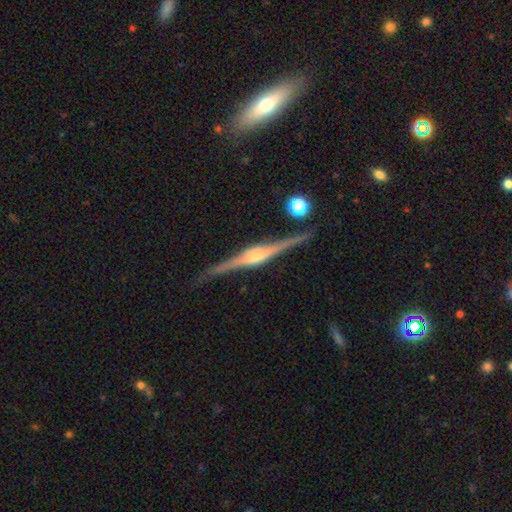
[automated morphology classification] smooth-or-featured: featured or disk: 87% | smooth: 8% | star or artifact: 5%
  disk-edge-on: yes: 98% | no: 2%
    edge-on-bulge: rounded: 75% | boxy: 20% | none: 6%
  merging: none: 86% | minor disturbance: 10% | major disturbance: 2% | merger: 2%